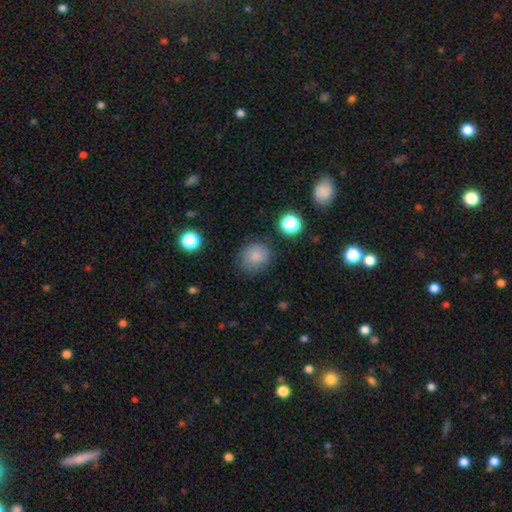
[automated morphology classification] Smooth or featured: smooth — 82% (star or artifact — 12%)
How rounded: round — 75% (in between — 24%)
Merging: none — 75% (minor disturbance — 17%)